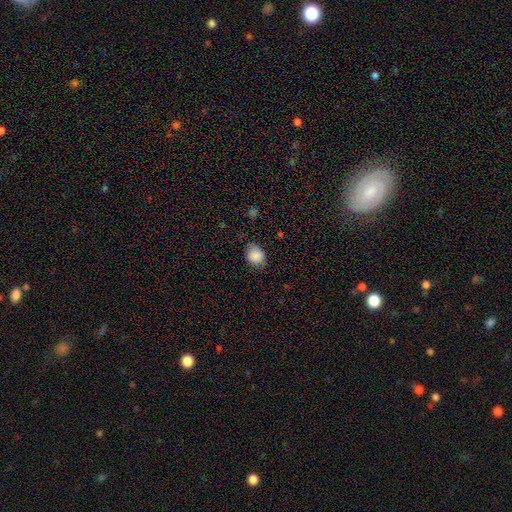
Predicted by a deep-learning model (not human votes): smooth-or-featured: smooth: 87% | star or artifact: 8% | featured or disk: 5%
  how-rounded: round: 51% | in between: 48% | cigar-shaped: 1%
  merging: none: 75% | minor disturbance: 19% | major disturbance: 4% | merger: 1%